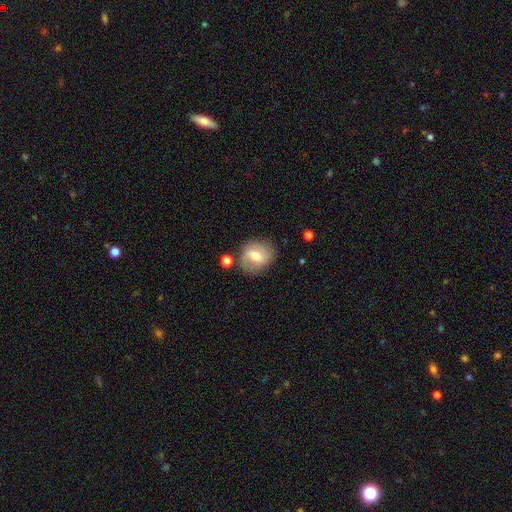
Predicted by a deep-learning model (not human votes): Morphology: type=smooth (48%); merging=none (68%).